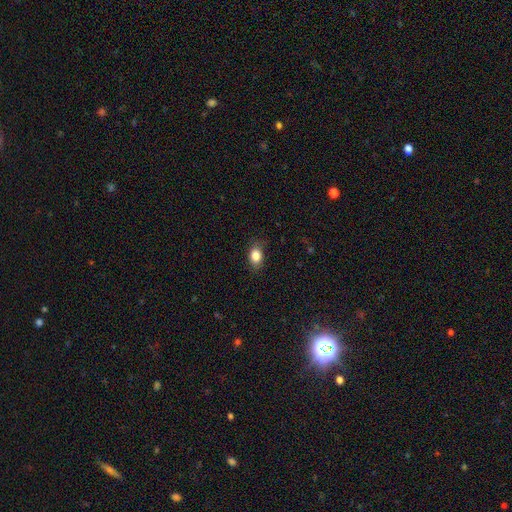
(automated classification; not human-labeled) Morphology: type=smooth (85%); roundness=in between (75%); merging=none (80%).